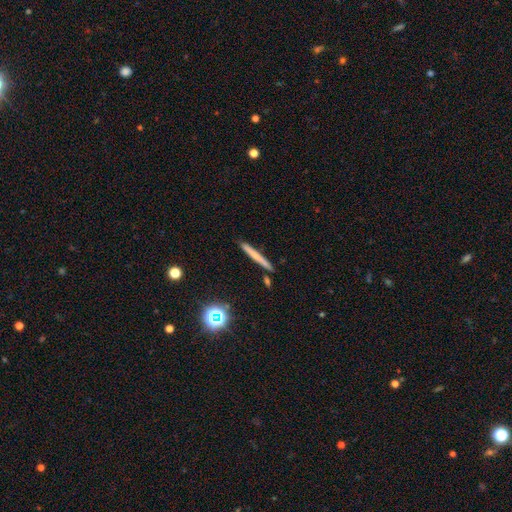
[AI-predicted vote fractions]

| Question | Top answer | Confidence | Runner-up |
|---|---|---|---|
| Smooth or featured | smooth | 60% | featured or disk (31%) |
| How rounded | cigar-shaped | 96% | in between (2%) |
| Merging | none | 87% | minor disturbance (8%) |